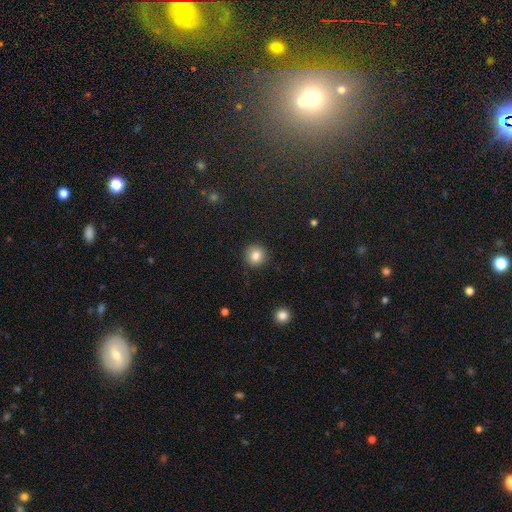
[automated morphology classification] Smooth or featured? Predicted: smooth (p=0.84). How rounded? Predicted: round (p=0.93). Merging? Predicted: none (p=0.91).